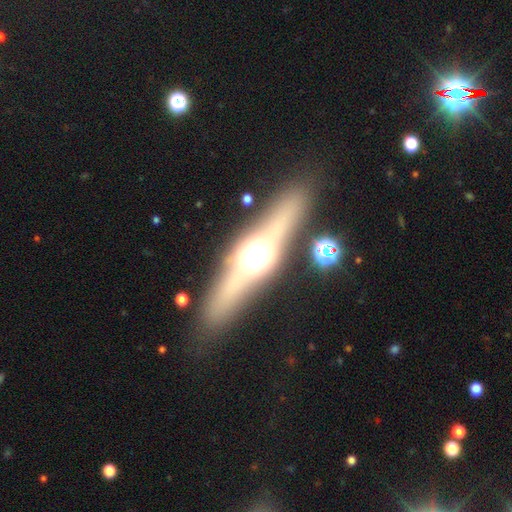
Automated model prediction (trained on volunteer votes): Smooth or featured? Predicted: featured or disk (p=0.65). Edge-on disk? Predicted: yes (p=0.91). Edge-on bulge? Predicted: rounded (p=0.91). Merging? Predicted: none (p=0.86).